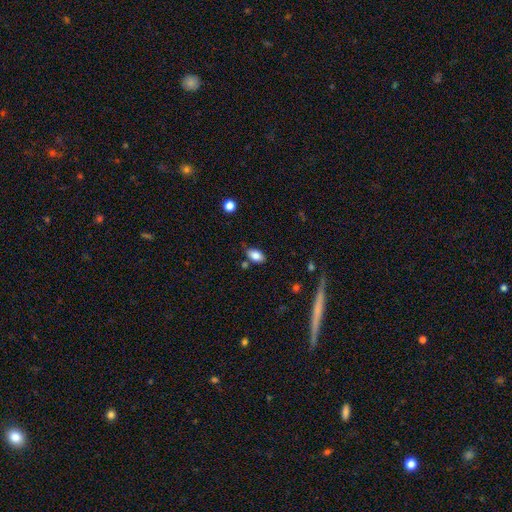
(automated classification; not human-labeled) Smooth or featured? smooth (84%)
How rounded? in between (91%)
Merging? none (78%)